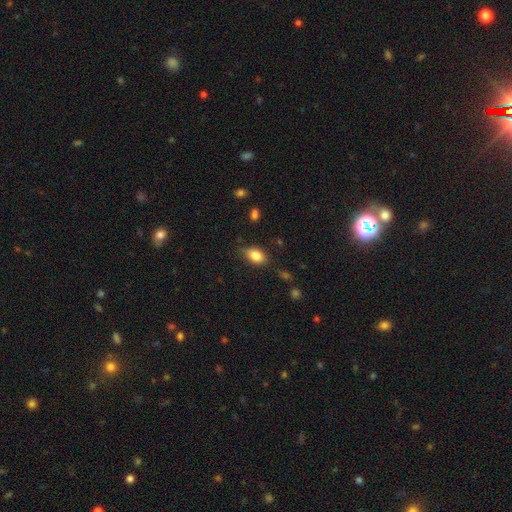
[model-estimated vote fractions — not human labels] smooth-or-featured: smooth: 83% | featured or disk: 9% | star or artifact: 8%
  how-rounded: in between: 83% | round: 15% | cigar-shaped: 2%
  merging: none: 75% | minor disturbance: 20% | major disturbance: 4% | merger: 2%